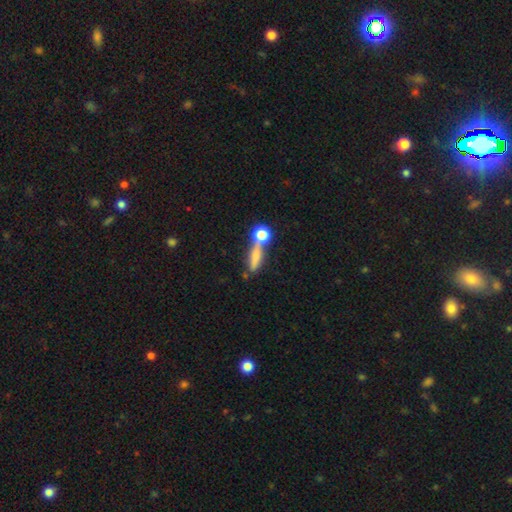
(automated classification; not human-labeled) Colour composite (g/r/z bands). It shows a smooth galaxy with no disk features (61%) that is cigar-shaped (61%). Merging: none (48%).